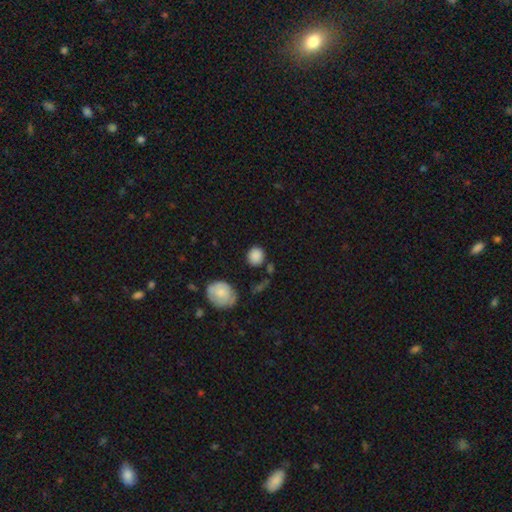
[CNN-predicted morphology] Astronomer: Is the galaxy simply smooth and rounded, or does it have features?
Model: smooth — 86%.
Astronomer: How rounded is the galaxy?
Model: round — 79%.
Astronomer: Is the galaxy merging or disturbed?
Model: none — 79%.